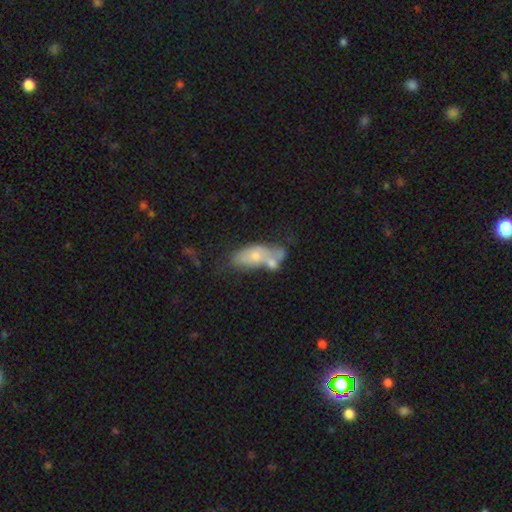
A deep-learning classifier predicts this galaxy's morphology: Smooth or featured?
  - smooth: 54% *
  - featured or disk: 38%
  - star or artifact: 8%
How rounded?
  - in between: 82% *
  - cigar-shaped: 13%
  - round: 5%
Merging?
  - merger: 41% *
  - none: 28%
  - minor disturbance: 19%
  - major disturbance: 12%